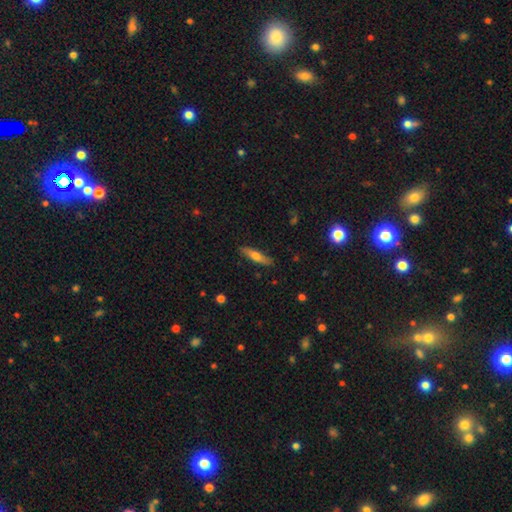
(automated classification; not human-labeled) smooth 60%, featured or disk 34%, star or artifact 6%. Down the decision tree: how rounded — cigar-shaped (79%); merging — none (87%).